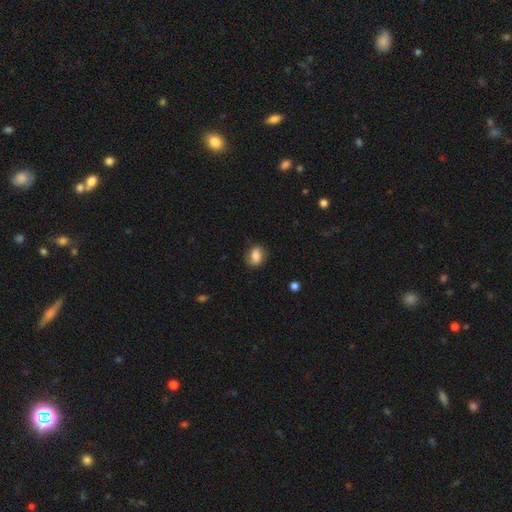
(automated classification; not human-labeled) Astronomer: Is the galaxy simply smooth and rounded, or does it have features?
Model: smooth — 68%.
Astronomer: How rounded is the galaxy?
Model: in between — 63%.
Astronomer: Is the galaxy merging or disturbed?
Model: none — 72%.